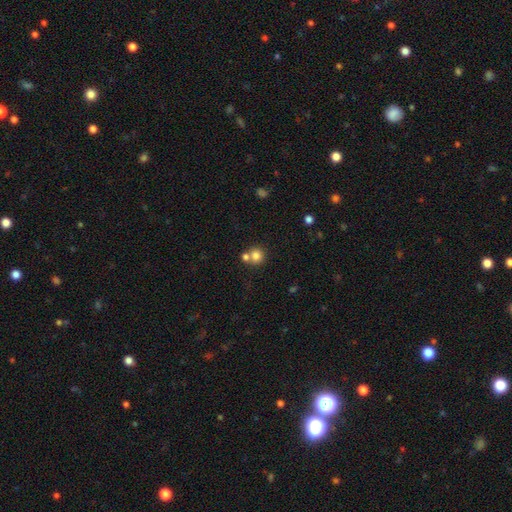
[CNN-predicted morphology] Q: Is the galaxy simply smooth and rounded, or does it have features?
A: smooth — 79%.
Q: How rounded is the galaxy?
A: round — 90%.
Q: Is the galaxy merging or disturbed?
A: none — 55%.